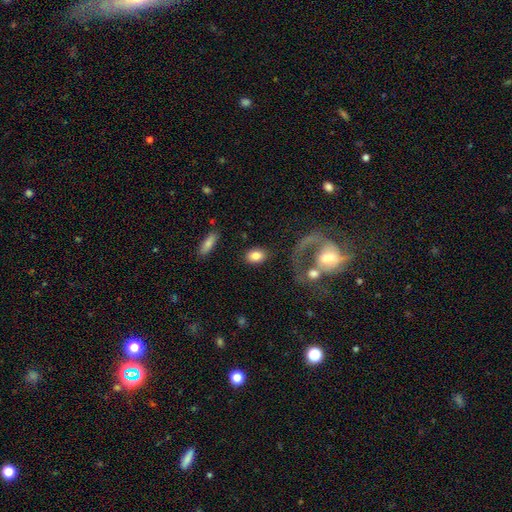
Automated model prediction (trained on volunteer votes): Morphology: type=smooth (79%); roundness=in between (77%); merging=none (78%).